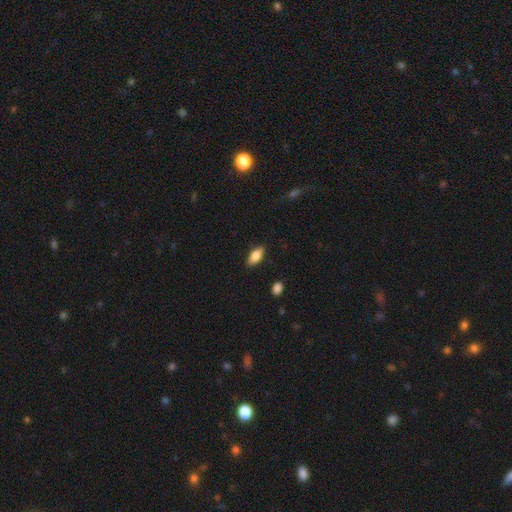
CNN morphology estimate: Smooth or featured? smooth (82%)
How rounded? in between (84%)
Merging? none (86%)